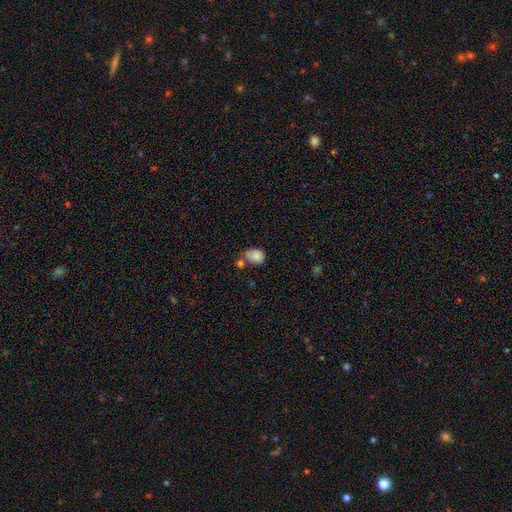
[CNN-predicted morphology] Smooth or featured? Predicted: smooth (p=0.83). How rounded? Predicted: in between (p=0.55). Merging? Predicted: none (p=0.42).